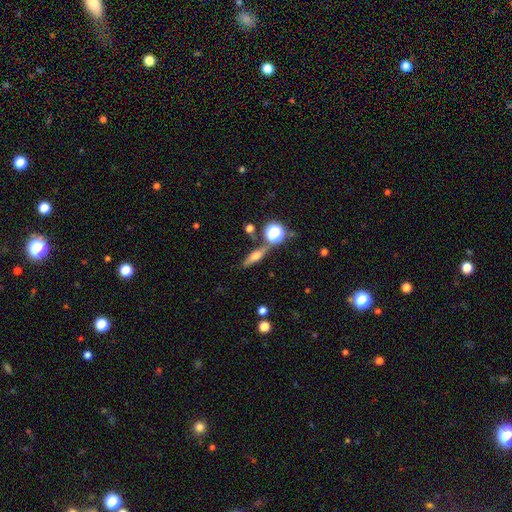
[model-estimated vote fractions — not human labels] Smooth or featured: featured or disk — 45% (smooth — 43%)
Merging: none — 75% (minor disturbance — 11%)